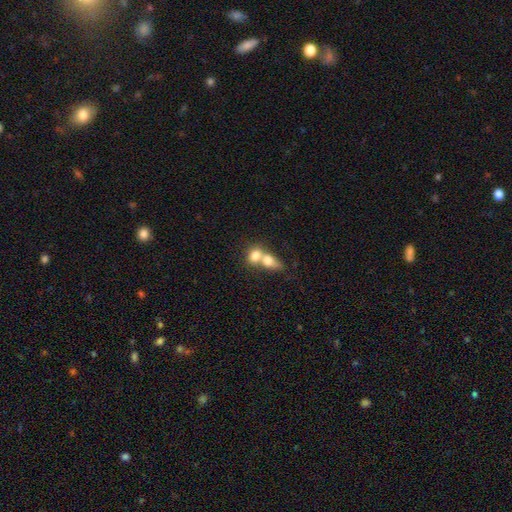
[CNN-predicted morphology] type=smooth (74%); roundness=in between (62%); merging=merger (74%).